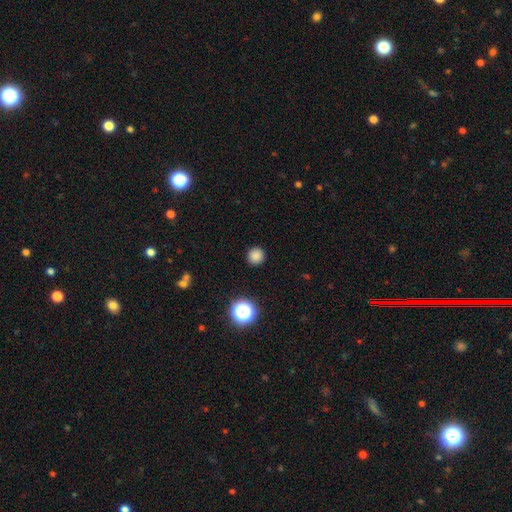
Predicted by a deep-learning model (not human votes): Smooth or featured? Predicted: smooth (p=0.82). How rounded? Predicted: round (p=0.94). Merging? Predicted: none (p=0.91).